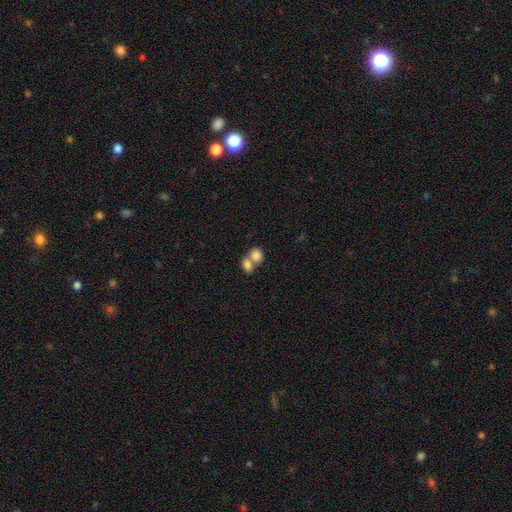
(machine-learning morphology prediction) The model was most divided on "how rounded": round: 53%, in between: 46%, cigar-shaped: 1%. More confident: smooth or featured — smooth (82%); merging — merger (66%).